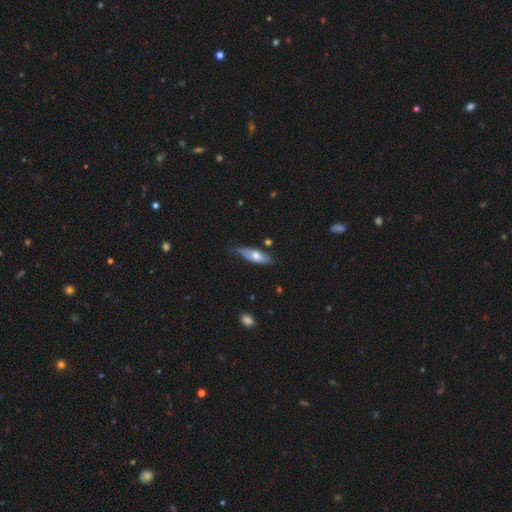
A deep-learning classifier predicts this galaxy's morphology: smooth 56%, featured or disk 39%, star or artifact 6%. Down the decision tree: how rounded — in between (55%); merging — none (70%).